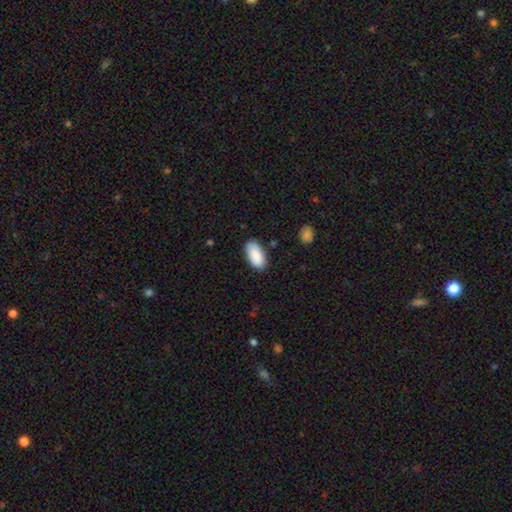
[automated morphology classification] Smooth or featured?
  - smooth: 90% *
  - star or artifact: 6%
  - featured or disk: 4%
How rounded?
  - in between: 94% *
  - cigar-shaped: 4%
  - round: 2%
Merging?
  - none: 84% *
  - minor disturbance: 12%
  - major disturbance: 2%
  - merger: 2%